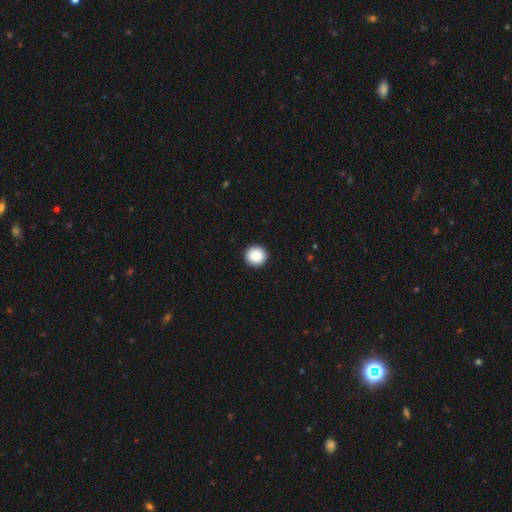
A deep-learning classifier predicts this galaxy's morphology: Smooth or featured: smooth — 89% (star or artifact — 8%)
How rounded: round — 95% (in between — 4%)
Merging: none — 94% (minor disturbance — 4%)